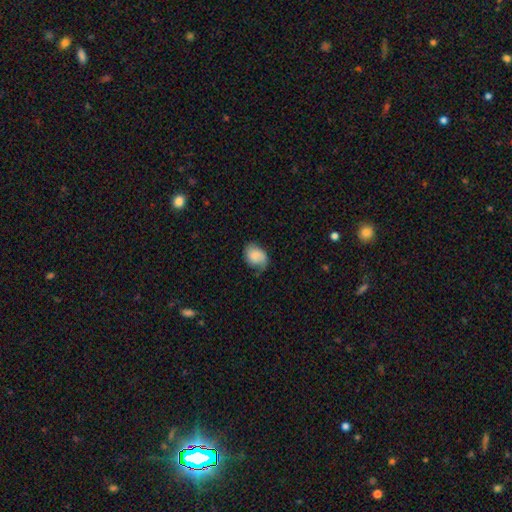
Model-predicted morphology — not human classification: This appears to be a smooth galaxy with no disk features (72%) that is in between round and cigar-shaped (65%). Merging: none (49%).